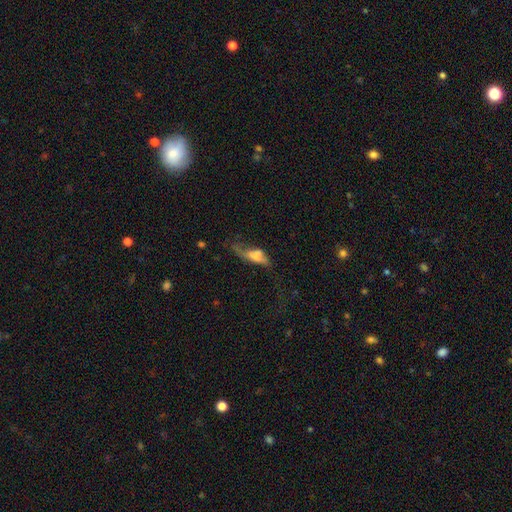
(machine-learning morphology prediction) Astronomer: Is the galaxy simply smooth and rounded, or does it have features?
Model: smooth — 58%.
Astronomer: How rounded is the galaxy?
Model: in between — 71%.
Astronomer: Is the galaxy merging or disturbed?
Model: major disturbance — 46% (runner-up: minor disturbance, 24%).